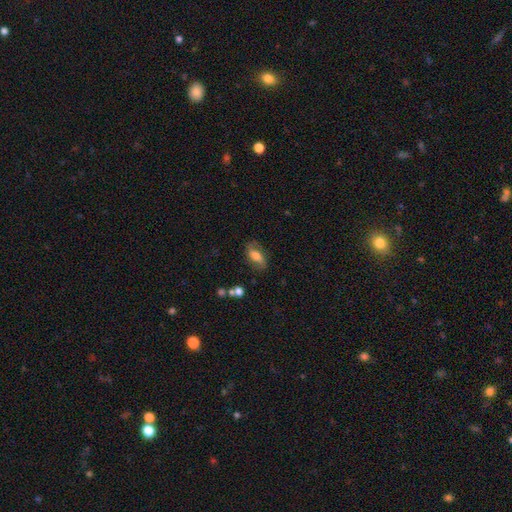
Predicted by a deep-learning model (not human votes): Q: Smooth or featured?
A: smooth (54%); runner-up: featured or disk (37%)
Q: How rounded?
A: in between (84%); runner-up: cigar-shaped (10%)
Q: Merging?
A: none (71%); runner-up: minor disturbance (19%)